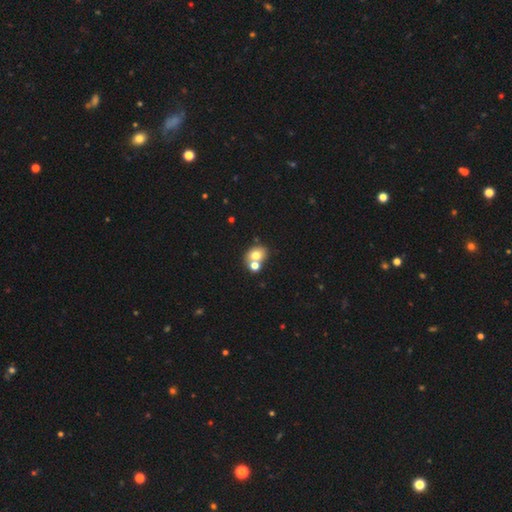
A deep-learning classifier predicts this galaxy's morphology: Overall: smooth (72%). How rounded: round (57%; in between 42%). Merging: none (45%; merger 43%).